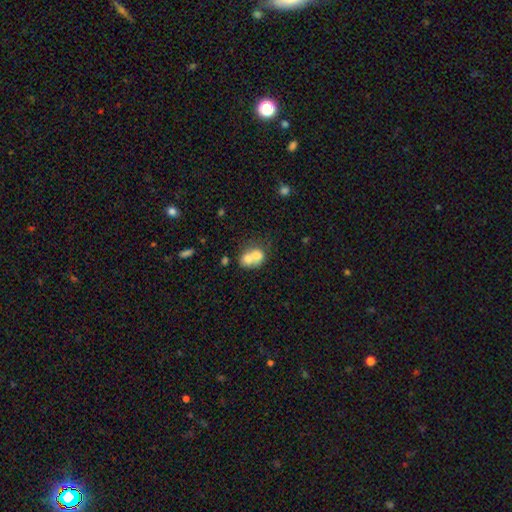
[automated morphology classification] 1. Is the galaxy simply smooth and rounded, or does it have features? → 68% smooth, 23% featured or disk, 9% star or artifact.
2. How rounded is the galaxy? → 52% round, 47% in between, 1% cigar-shaped.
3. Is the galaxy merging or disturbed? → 72% merger, 18% none, 6% minor disturbance, 4% major disturbance.